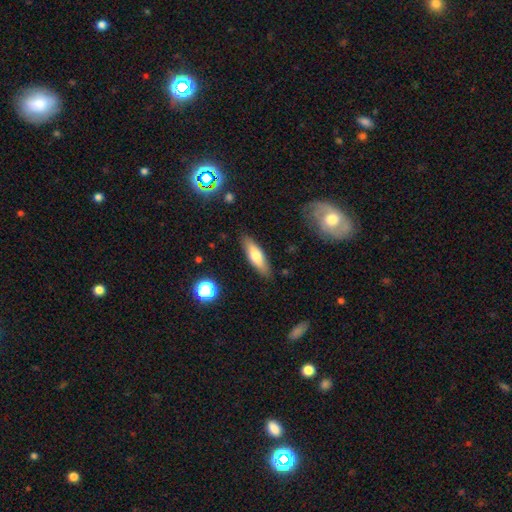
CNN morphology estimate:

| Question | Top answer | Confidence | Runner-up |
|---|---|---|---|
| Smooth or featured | smooth | 65% | featured or disk (29%) |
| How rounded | cigar-shaped | 52% | in between (46%) |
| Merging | none | 86% | minor disturbance (10%) |